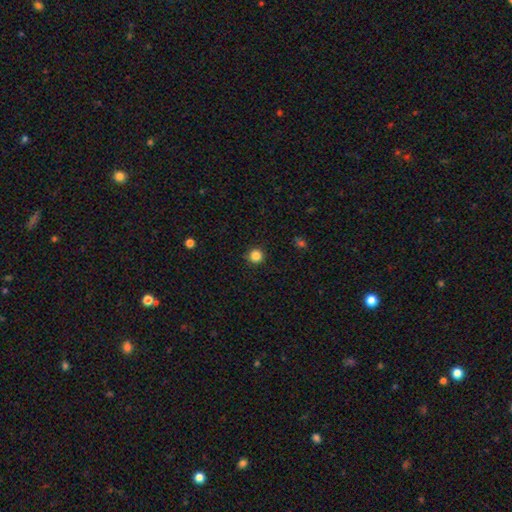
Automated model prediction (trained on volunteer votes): Q: Smooth or featured?
A: smooth (85%); runner-up: star or artifact (11%)
Q: How rounded?
A: round (96%); runner-up: in between (3%)
Q: Merging?
A: none (92%); runner-up: minor disturbance (6%)